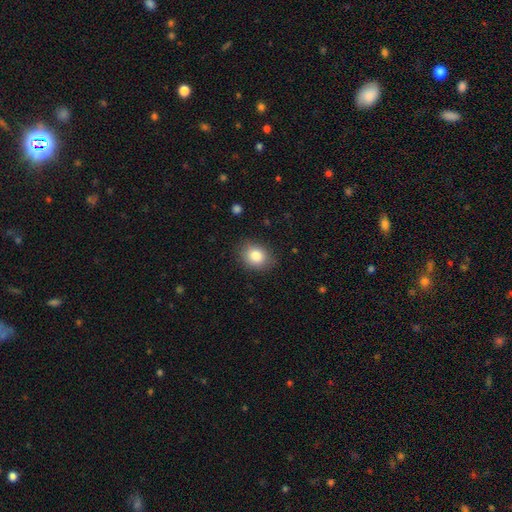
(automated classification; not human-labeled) A smooth galaxy with no disk features (84%) that is in between round and cigar-shaped (53%).

Vote fractions:
- Smooth or featured? smooth: 84% / star or artifact: 9% / featured or disk: 7%
- How rounded? in between: 53% / round: 46% / cigar-shaped: 1%
- Merging? none: 84% / minor disturbance: 12% / major disturbance: 3% / merger: 1%